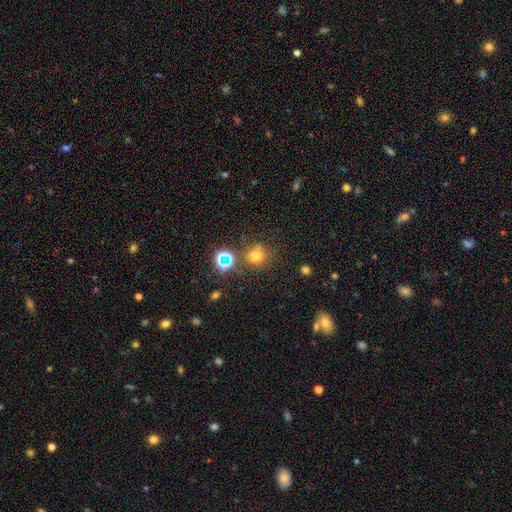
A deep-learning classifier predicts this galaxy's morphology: smooth_or_featured: smooth (p=0.67) [alt: star or artifact p=0.25]
how_rounded: round (p=0.88) [alt: in between p=0.11]
merging: none (p=0.71) [alt: merger p=0.12]